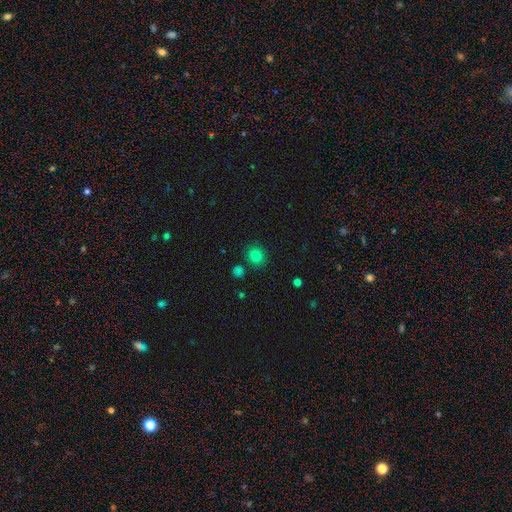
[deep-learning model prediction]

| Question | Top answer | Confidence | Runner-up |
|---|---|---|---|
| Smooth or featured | smooth | 82% | star or artifact (13%) |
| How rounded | round | 80% | in between (19%) |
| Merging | none | 83% | minor disturbance (9%) |